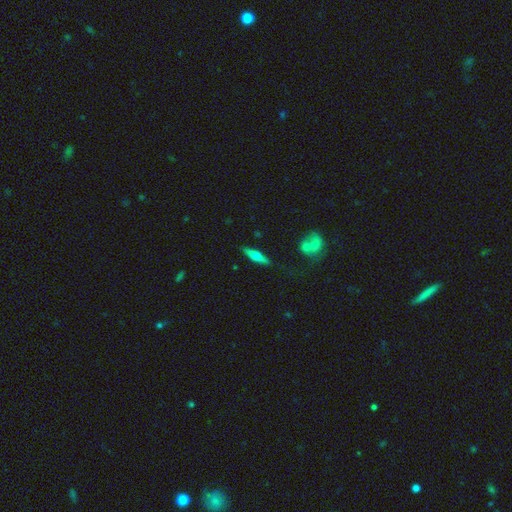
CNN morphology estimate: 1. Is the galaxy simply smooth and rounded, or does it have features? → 49% featured or disk, 44% smooth, 6% star or artifact.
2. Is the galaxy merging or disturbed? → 87% none, 9% minor disturbance, 3% merger, 2% major disturbance.